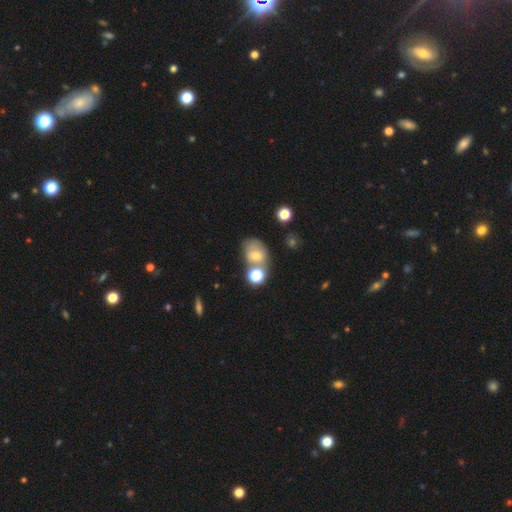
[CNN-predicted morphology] A smooth galaxy with no disk features (62%) that is in between round and cigar-shaped (60%).

Vote fractions:
- Smooth or featured? smooth: 62% / featured or disk: 23% / star or artifact: 15%
- How rounded? in between: 60% / round: 39% / cigar-shaped: 1%
- Merging? none: 43% / merger: 32% / minor disturbance: 17% / major disturbance: 8%